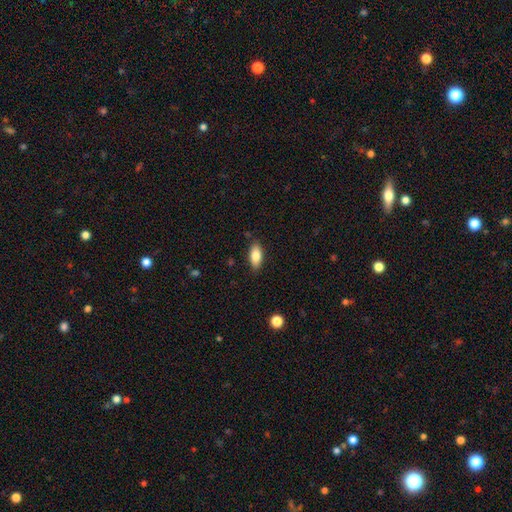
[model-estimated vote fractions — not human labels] Overall: smooth (82%). How rounded: in between (86%). Merging: none (85%).